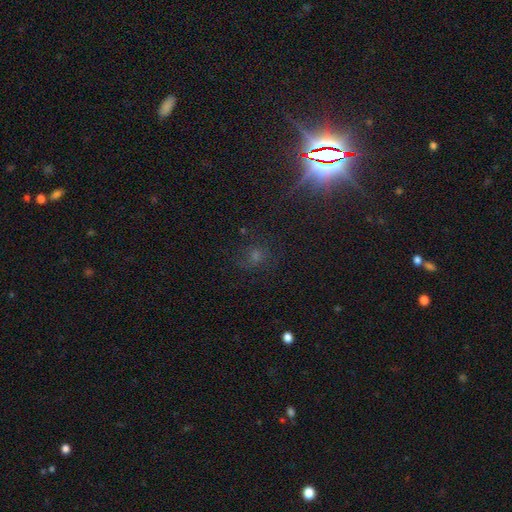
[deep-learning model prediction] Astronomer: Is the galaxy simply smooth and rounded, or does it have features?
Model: star or artifact — 58%.